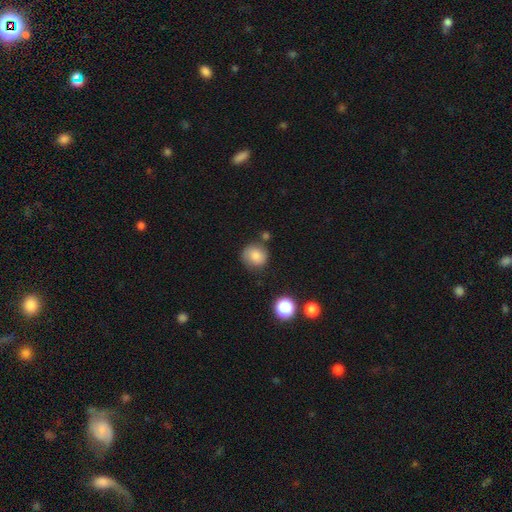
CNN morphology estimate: smooth-or-featured: smooth: 79% | featured or disk: 11% | star or artifact: 10%
  how-rounded: round: 86% | in between: 13% | cigar-shaped: 1%
  merging: none: 71% | minor disturbance: 18% | merger: 6% | major disturbance: 5%